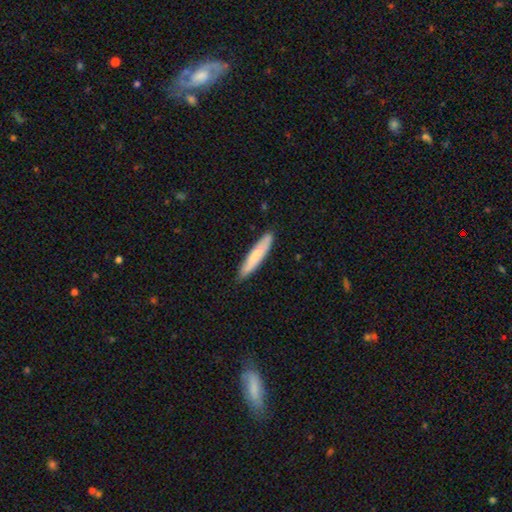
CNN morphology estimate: A smooth galaxy with no disk features (75%) that is cigar-shaped (89%). Merging: none (86%).